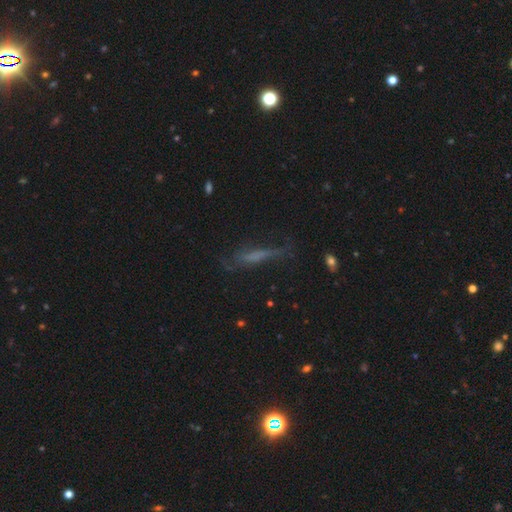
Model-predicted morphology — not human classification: Smooth or featured? Predicted: smooth (p=0.42, tied with featured or disk). Merging? Predicted: none (p=0.56).